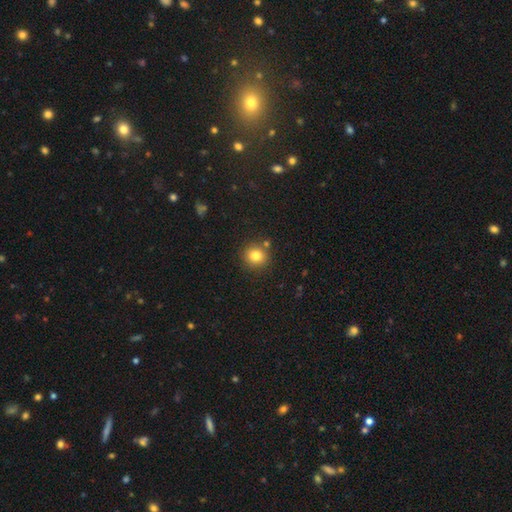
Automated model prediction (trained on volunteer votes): smooth 81%, star or artifact 12%, featured or disk 7%. Down the decision tree: how rounded — round (90%); merging — none (81%).